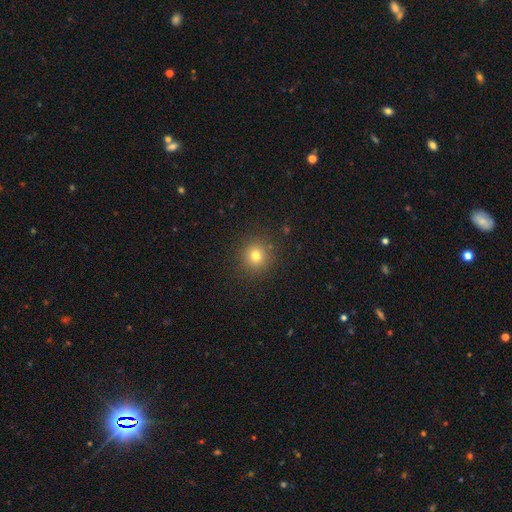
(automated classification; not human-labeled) smooth 77%, star or artifact 15%, featured or disk 8%. Down the decision tree: how rounded — round (93%); merging — none (90%).